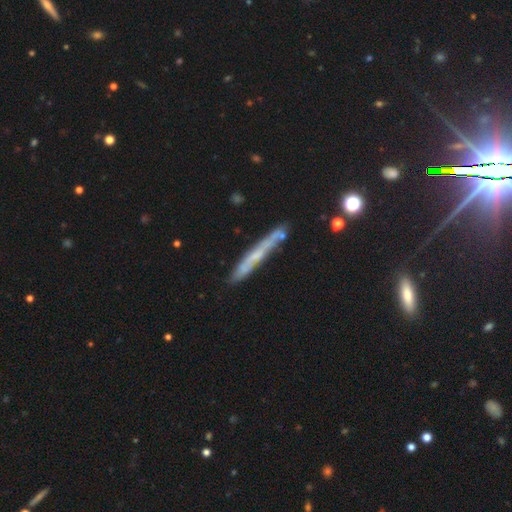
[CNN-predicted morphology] type=featured or disk (54%); edge-on=yes (86%); merging=none (75%).